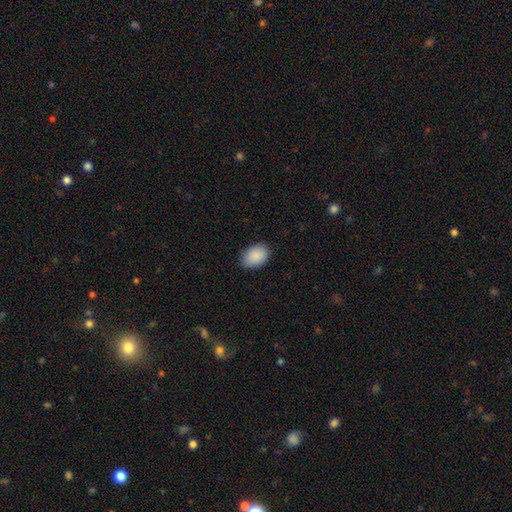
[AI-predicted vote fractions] A smooth galaxy with no disk features (90%) that is in between round and cigar-shaped (83%).

Vote fractions:
- Smooth or featured? smooth: 90% / star or artifact: 7% / featured or disk: 3%
- How rounded? in between: 83% / round: 16% / cigar-shaped: 1%
- Merging? none: 87% / minor disturbance: 10% / major disturbance: 2% / merger: 1%